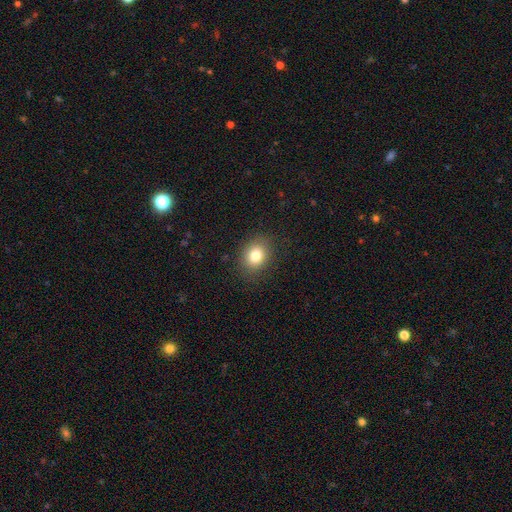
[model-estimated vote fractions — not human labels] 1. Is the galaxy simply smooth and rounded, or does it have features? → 81% smooth, 11% star or artifact, 9% featured or disk.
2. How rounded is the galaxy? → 50% round, 49% in between, 1% cigar-shaped.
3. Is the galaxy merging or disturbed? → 85% none, 10% minor disturbance, 4% major disturbance, 1% merger.